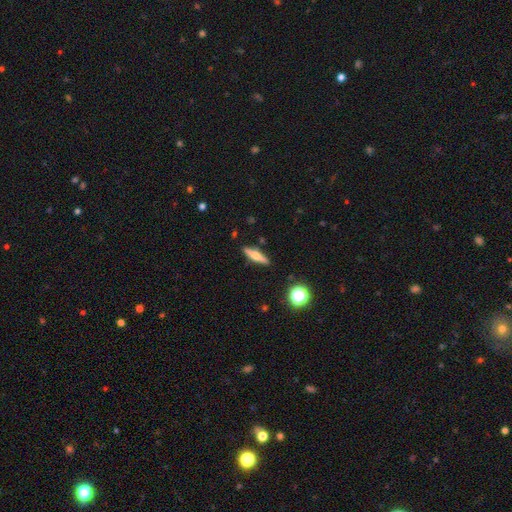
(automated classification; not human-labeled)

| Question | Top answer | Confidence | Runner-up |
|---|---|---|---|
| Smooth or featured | smooth | 47% | featured or disk (45%) |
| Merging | none | 88% | minor disturbance (8%) |